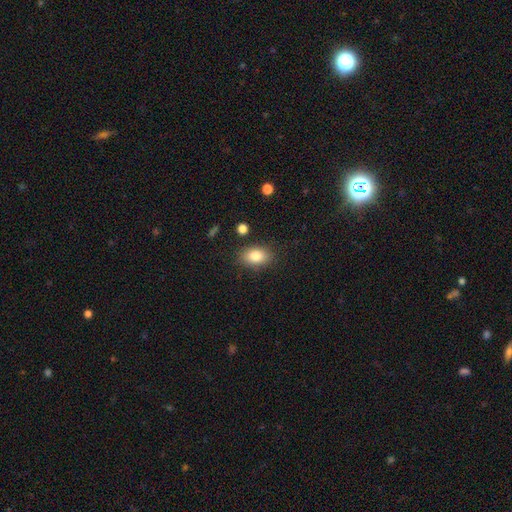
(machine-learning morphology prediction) Q: Smooth or featured?
A: smooth (83%); runner-up: featured or disk (9%)
Q: How rounded?
A: in between (85%); runner-up: round (13%)
Q: Merging?
A: none (84%); runner-up: minor disturbance (11%)